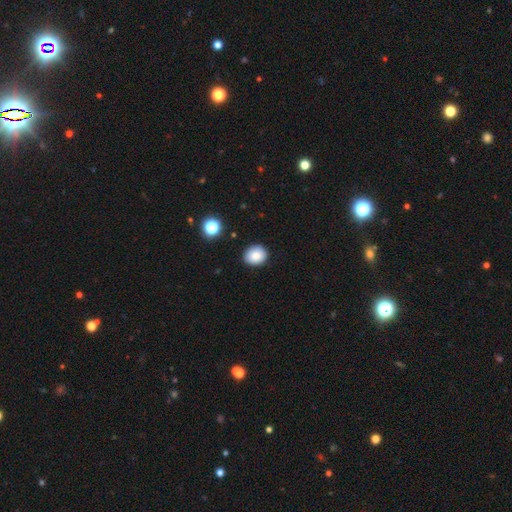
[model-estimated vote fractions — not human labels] A smooth galaxy with no disk features (85%) that is round (68%).

Vote fractions:
- Smooth or featured? smooth: 85% / star or artifact: 10% / featured or disk: 5%
- How rounded? round: 68% / in between: 31% / cigar-shaped: 1%
- Merging? none: 88% / minor disturbance: 9% / major disturbance: 2% / merger: 2%